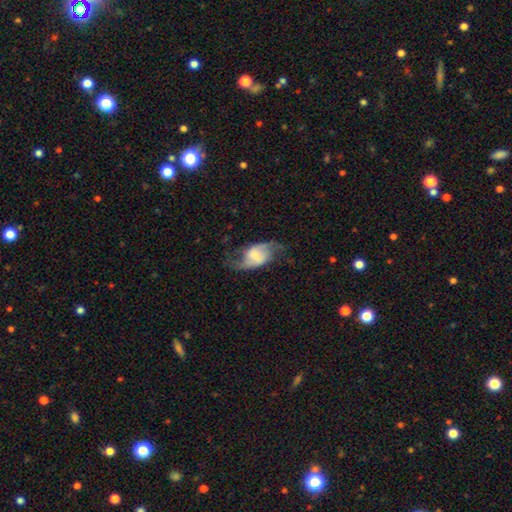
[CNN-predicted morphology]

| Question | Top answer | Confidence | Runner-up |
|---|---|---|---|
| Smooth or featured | featured or disk | 75% | smooth (18%) |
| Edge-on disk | no | 96% | yes (4%) |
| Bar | weak | 47% | no (30%) |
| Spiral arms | yes | 92% | no (8%) |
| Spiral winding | loose | 64% | medium (29%) |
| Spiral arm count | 2 | 91% | can't tell (4%) |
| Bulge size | small | 33% | moderate (27%) |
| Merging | none | 64% | minor disturbance (19%) |